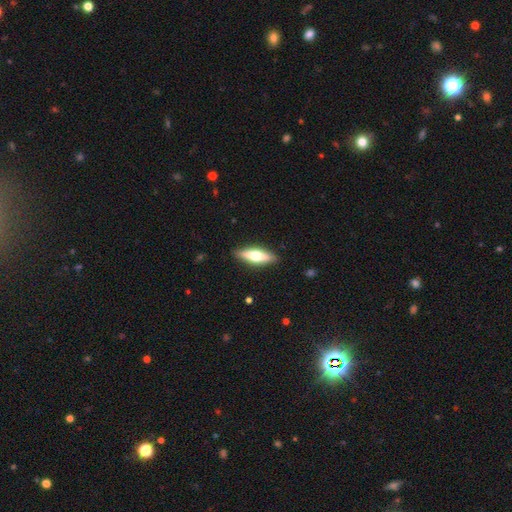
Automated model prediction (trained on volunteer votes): Smooth or featured: smooth — 54% (featured or disk — 41%)
How rounded: cigar-shaped — 52% (in between — 46%)
Merging: none — 88% (minor disturbance — 9%)